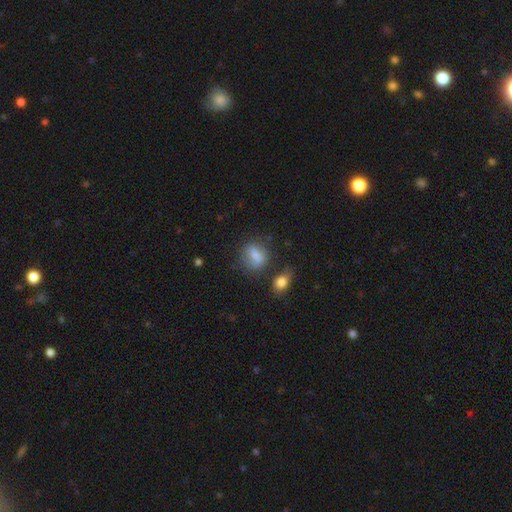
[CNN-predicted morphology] This is likely a smooth galaxy (78%). How rounded: possibly in between (57%). Merging: likely none (64%).